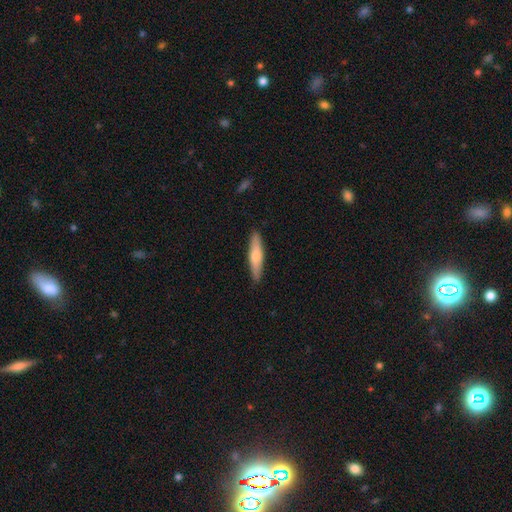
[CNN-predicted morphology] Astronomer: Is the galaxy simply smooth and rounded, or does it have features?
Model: smooth — 63%.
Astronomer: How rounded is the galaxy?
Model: cigar-shaped — 83%.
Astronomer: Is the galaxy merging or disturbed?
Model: none — 90%.